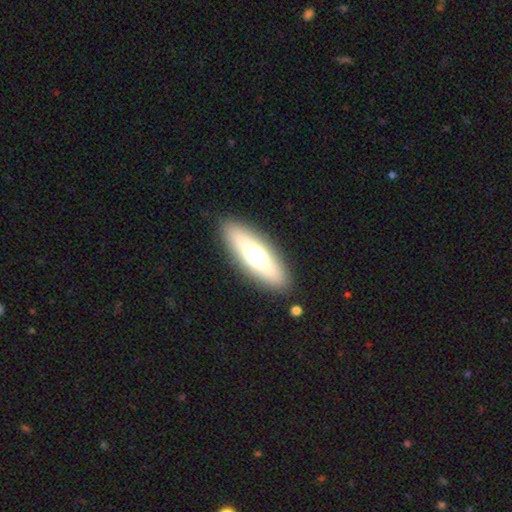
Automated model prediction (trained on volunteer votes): Smooth or featured?
  - smooth: 55% *
  - featured or disk: 38%
  - star or artifact: 7%
How rounded?
  - in between: 49% *
  - cigar-shaped: 48%
  - round: 3%
Merging?
  - none: 88% *
  - minor disturbance: 8%
  - major disturbance: 3%
  - merger: 2%